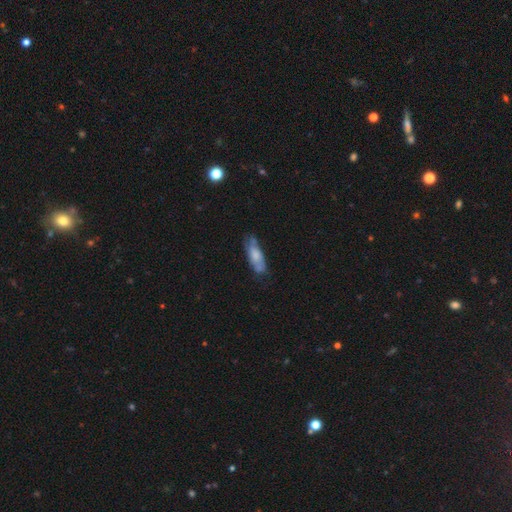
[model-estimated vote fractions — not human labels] Smooth or featured: smooth — 55% (featured or disk — 37%)
How rounded: in between — 62% (cigar-shaped — 36%)
Merging: none — 57% (minor disturbance — 30%)